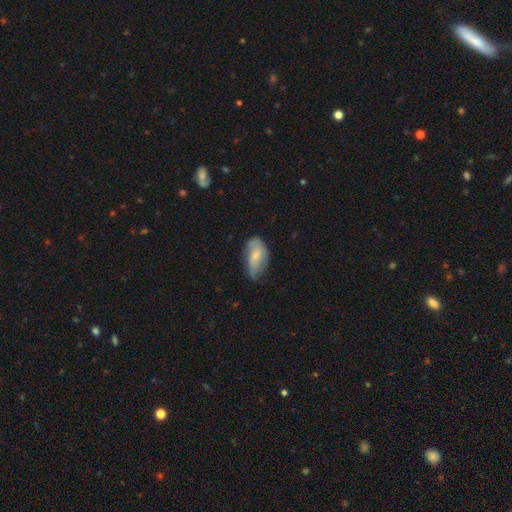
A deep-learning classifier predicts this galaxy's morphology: A smooth galaxy with no disk features (56%) that is in between round and cigar-shaped (92%). Merging: none (48%).